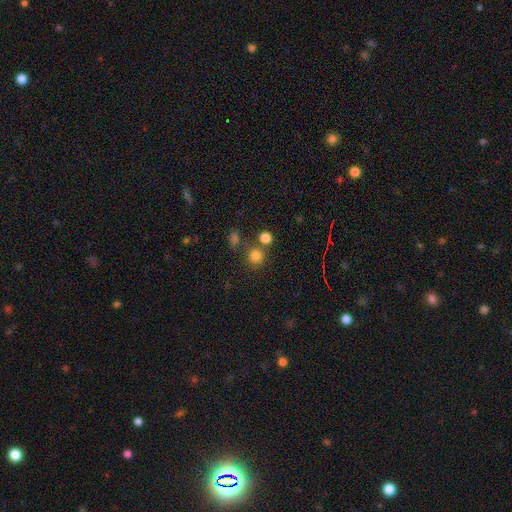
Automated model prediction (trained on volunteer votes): Smooth or featured? Predicted: smooth (p=0.80). How rounded? Predicted: round (p=0.90). Merging? Predicted: none (p=0.71).